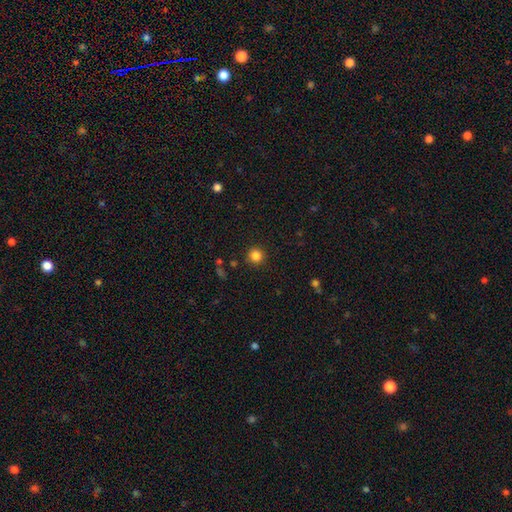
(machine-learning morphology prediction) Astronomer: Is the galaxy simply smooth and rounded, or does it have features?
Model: smooth — 84%.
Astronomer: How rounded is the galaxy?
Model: round — 94%.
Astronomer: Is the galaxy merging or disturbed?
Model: none — 90%.